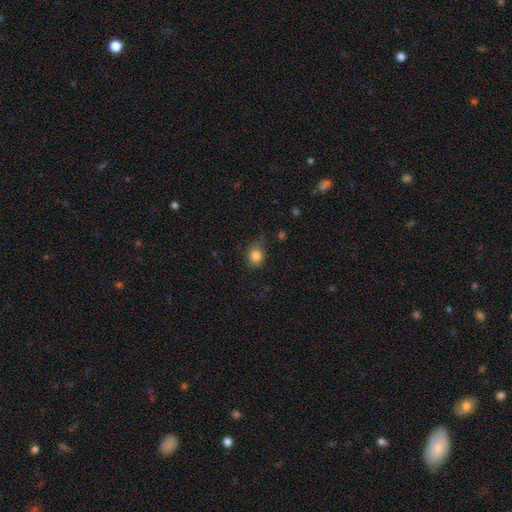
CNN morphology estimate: Smooth or featured? Predicted: smooth (p=0.84). How rounded? Predicted: round (p=0.65). Merging? Predicted: none (p=0.65).